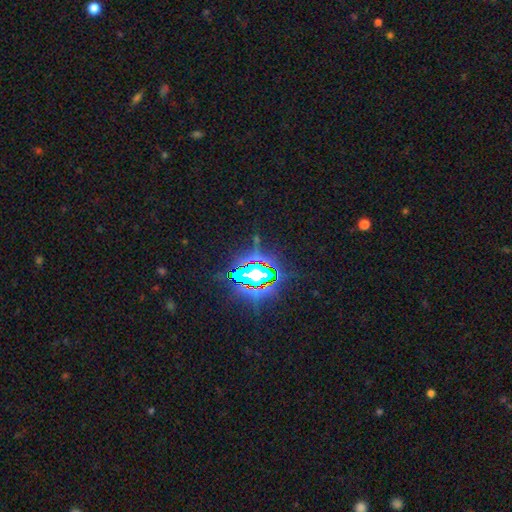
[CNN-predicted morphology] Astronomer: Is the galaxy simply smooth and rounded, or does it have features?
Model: star or artifact — 85%.